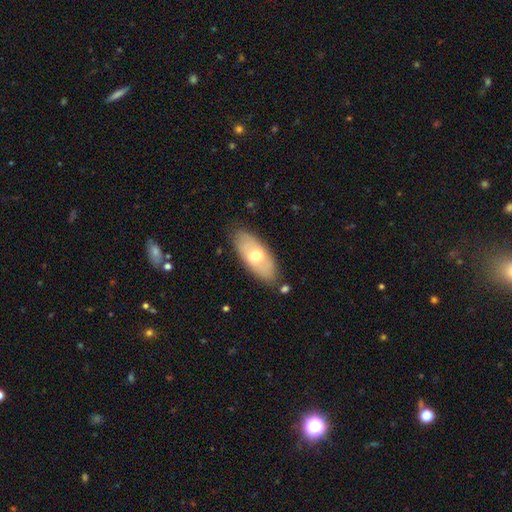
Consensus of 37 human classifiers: This is likely a smooth galaxy (65%). How rounded: clearly in between (83%). Merging: clearly none (88%).